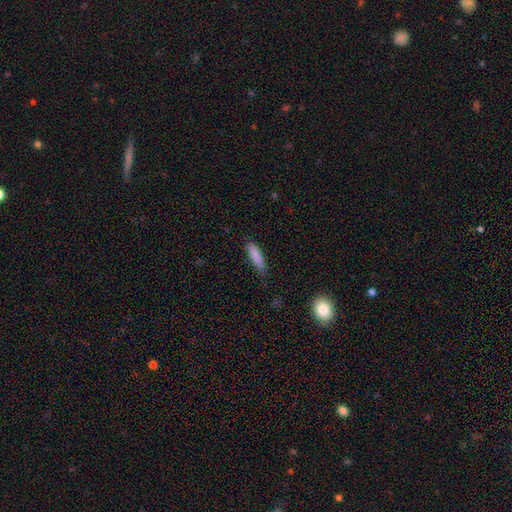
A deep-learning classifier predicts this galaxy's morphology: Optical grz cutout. It shows a smooth galaxy with no disk features (86%) that is cigar-shaped (71%). Merging: none (76%).